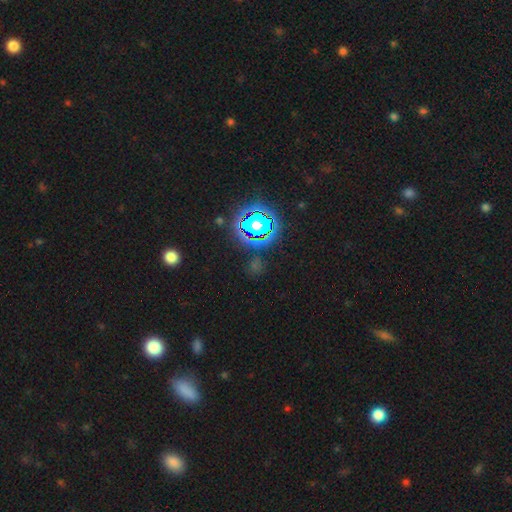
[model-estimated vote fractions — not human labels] A star or artifact, not a galaxy (79%).

Vote fractions:
- Smooth or featured? star or artifact: 79% / smooth: 14% / featured or disk: 7%